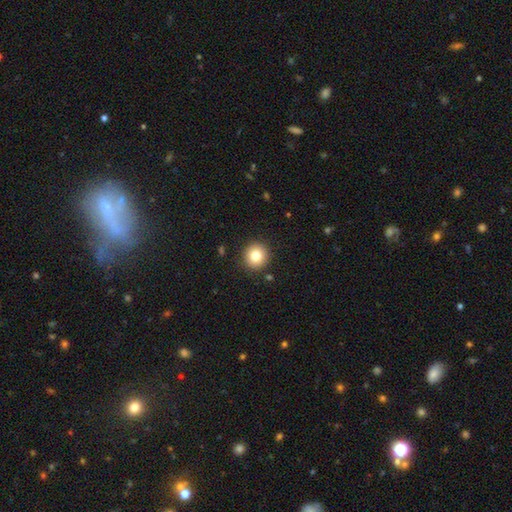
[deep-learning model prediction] A smooth galaxy with no disk features (81%) that is round (94%).

Vote fractions:
- Smooth or featured? smooth: 81% / star or artifact: 10% / featured or disk: 9%
- How rounded? round: 94% / in between: 6% / cigar-shaped: 1%
- Merging? none: 91% / minor disturbance: 6% / major disturbance: 2% / merger: 1%